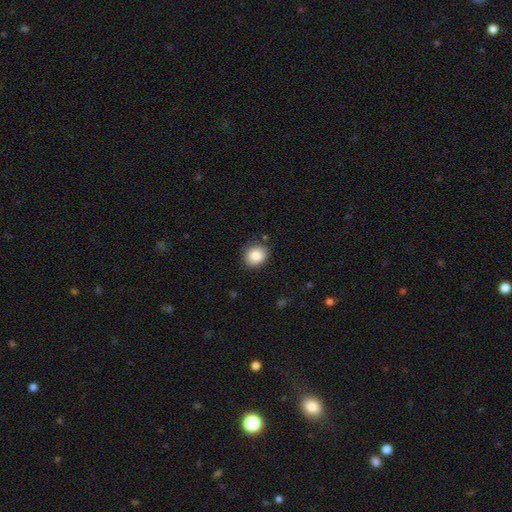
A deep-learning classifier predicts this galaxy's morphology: Q: Smooth or featured?
A: smooth (87%); runner-up: star or artifact (8%)
Q: How rounded?
A: round (60%); runner-up: in between (39%)
Q: Merging?
A: none (85%); runner-up: minor disturbance (11%)